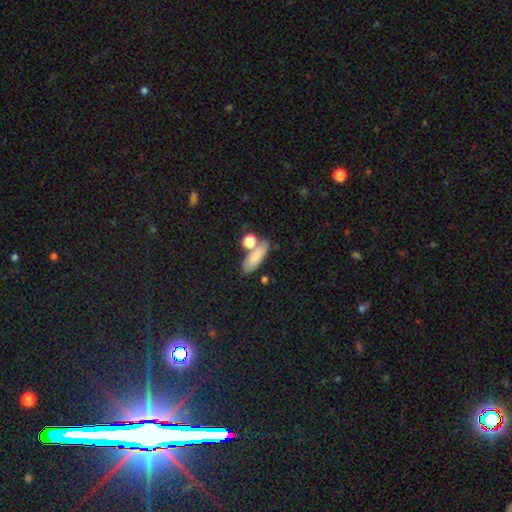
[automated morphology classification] The model was most divided on "merging": none: 61%, merger: 20%, minor disturbance: 14%, major disturbance: 5%. More confident: smooth or featured — smooth (81%); how rounded — in between (67%).